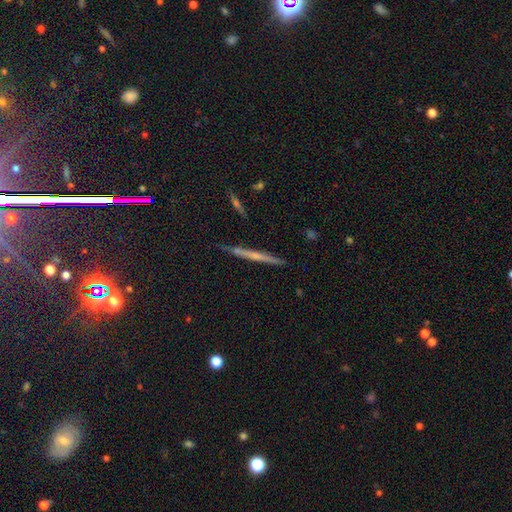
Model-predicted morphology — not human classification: Smooth or featured? Predicted: featured or disk (p=0.54). Edge-on disk? Predicted: yes (p=0.97). Edge-on bulge? Predicted: none (p=0.70). Merging? Predicted: none (p=0.83).